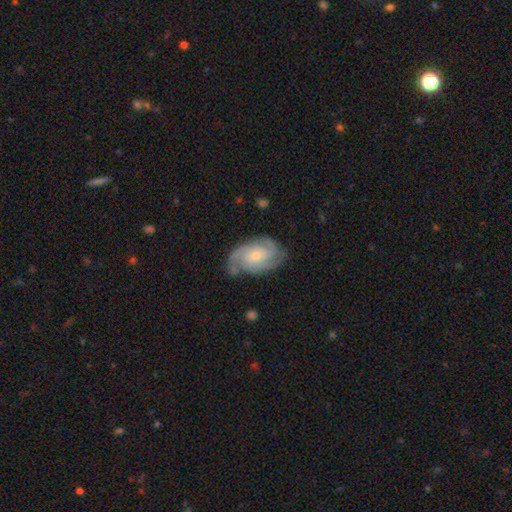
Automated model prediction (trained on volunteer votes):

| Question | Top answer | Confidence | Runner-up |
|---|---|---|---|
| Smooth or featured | featured or disk | 84% | smooth (11%) |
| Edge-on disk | no | 97% | yes (3%) |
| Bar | no | 69% | weak (26%) |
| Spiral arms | yes | 97% | no (3%) |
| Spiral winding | tight | 52% | medium (39%) |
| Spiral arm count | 3 | 45% | 2 (19%) |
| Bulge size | small | 60% | moderate (36%) |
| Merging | none | 71% | minor disturbance (21%) |